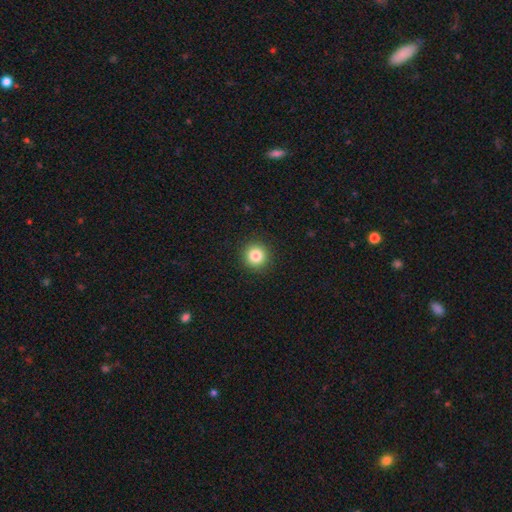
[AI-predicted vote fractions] Smooth or featured? smooth (84%)
How rounded? round (95%)
Merging? none (93%)